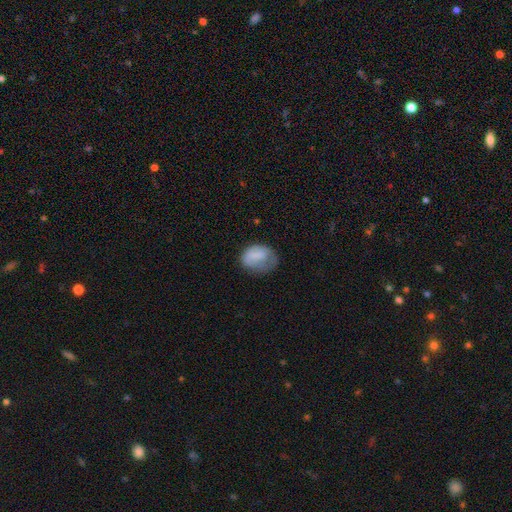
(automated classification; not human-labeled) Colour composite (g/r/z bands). It shows a smooth galaxy with no disk features (74%) that is in between round and cigar-shaped (68%). Merging: none (39%).